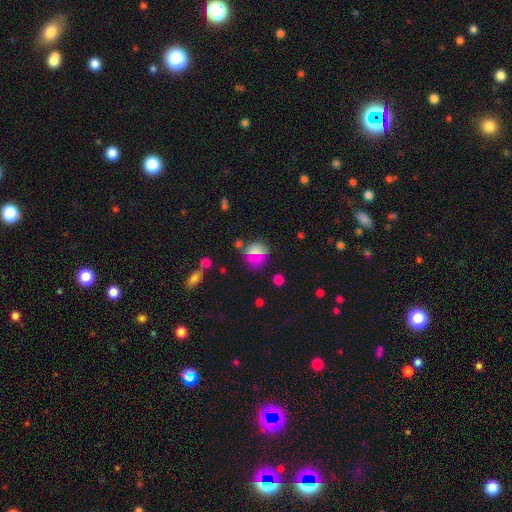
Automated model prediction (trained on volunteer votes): A smooth galaxy with no disk features (66%) that is round (67%).

Vote fractions:
- Smooth or featured? smooth: 66% / star or artifact: 21% / featured or disk: 12%
- How rounded? round: 67% / in between: 31% / cigar-shaped: 2%
- Merging? none: 69% / minor disturbance: 18% / major disturbance: 8% / merger: 6%